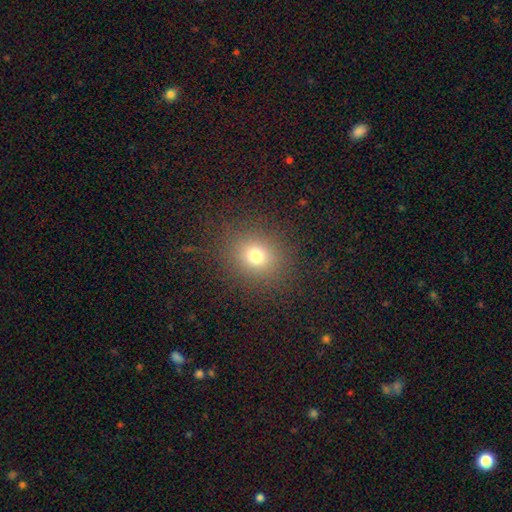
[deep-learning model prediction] A smooth galaxy with no disk features (72%) that is round (80%).

Vote fractions:
- Smooth or featured? smooth: 72% / star or artifact: 19% / featured or disk: 9%
- How rounded? round: 80% / in between: 19% / cigar-shaped: 1%
- Merging? none: 86% / minor disturbance: 8% / major disturbance: 5% / merger: 1%